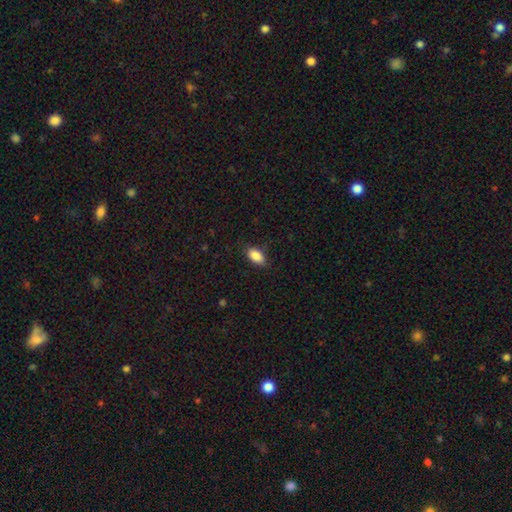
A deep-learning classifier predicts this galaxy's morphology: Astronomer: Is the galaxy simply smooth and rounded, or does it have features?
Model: smooth — 87%.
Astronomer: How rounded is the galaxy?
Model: in between — 91%.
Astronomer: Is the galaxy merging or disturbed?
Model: none — 83%.